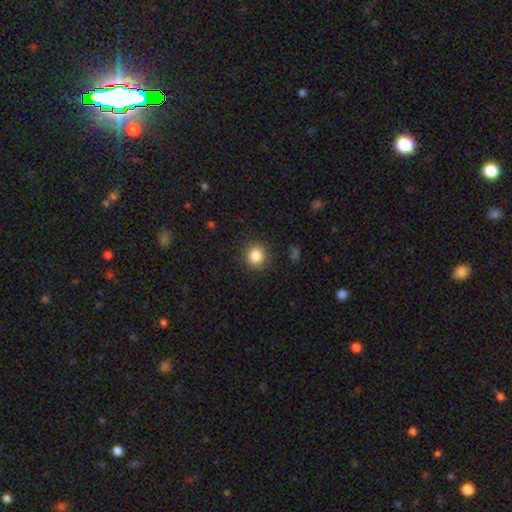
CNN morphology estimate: Smooth or featured: smooth — 85% (star or artifact — 10%)
How rounded: round — 85% (in between — 14%)
Merging: none — 87% (minor disturbance — 9%)